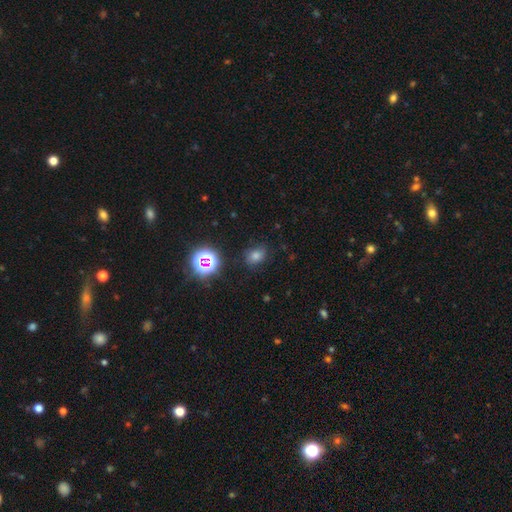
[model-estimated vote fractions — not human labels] Morphology: type=smooth (70%); roundness=in between (58%); merging=none (79%).